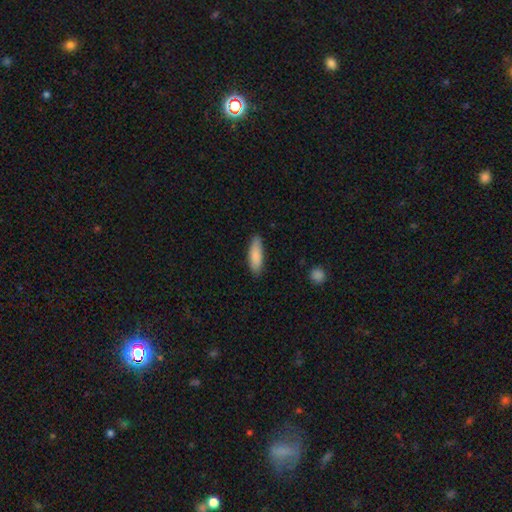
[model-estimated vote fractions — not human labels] Morphology: type=smooth (86%); roundness=in between (51%); merging=none (84%).